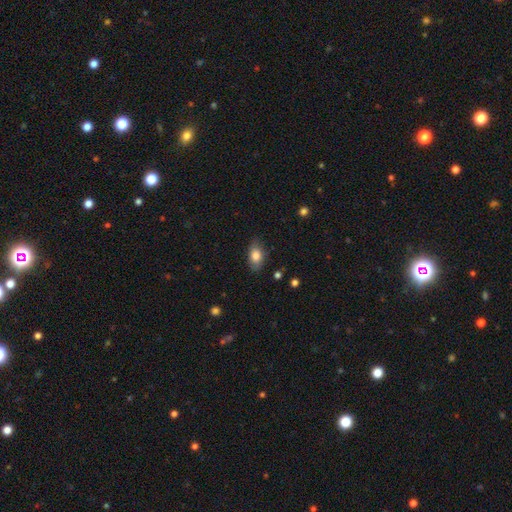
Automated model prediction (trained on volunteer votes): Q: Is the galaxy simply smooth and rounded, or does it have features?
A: smooth — 80%.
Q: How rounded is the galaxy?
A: in between — 89%.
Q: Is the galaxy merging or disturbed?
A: none — 80%.